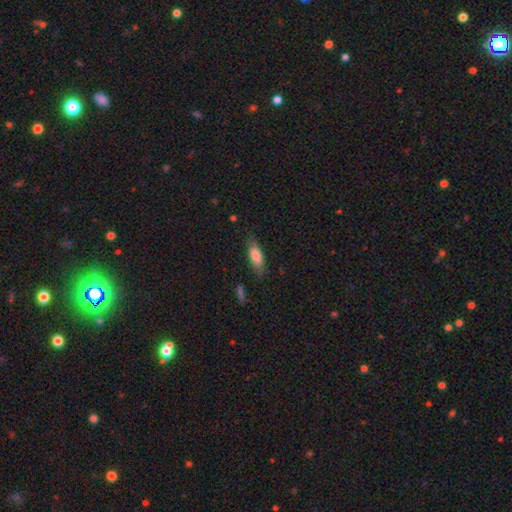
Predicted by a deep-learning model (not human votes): smooth-or-featured: smooth: 79% | featured or disk: 14% | star or artifact: 7%
  how-rounded: in between: 66% | cigar-shaped: 32% | round: 2%
  merging: none: 77% | minor disturbance: 17% | major disturbance: 4% | merger: 2%